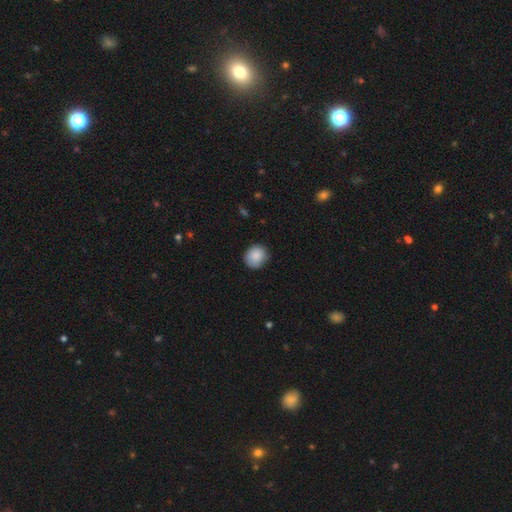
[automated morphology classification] Q: Smooth or featured?
A: smooth (87%); runner-up: star or artifact (7%)
Q: How rounded?
A: round (81%); runner-up: in between (18%)
Q: Merging?
A: none (81%); runner-up: minor disturbance (16%)